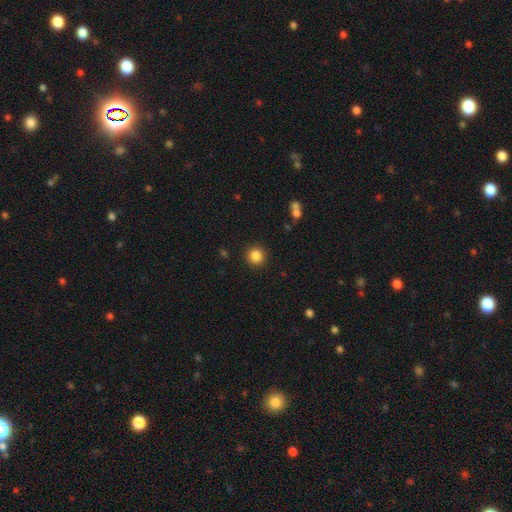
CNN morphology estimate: This appears to be a smooth galaxy with no disk features (85%) that is round (93%). Merging: none (91%).